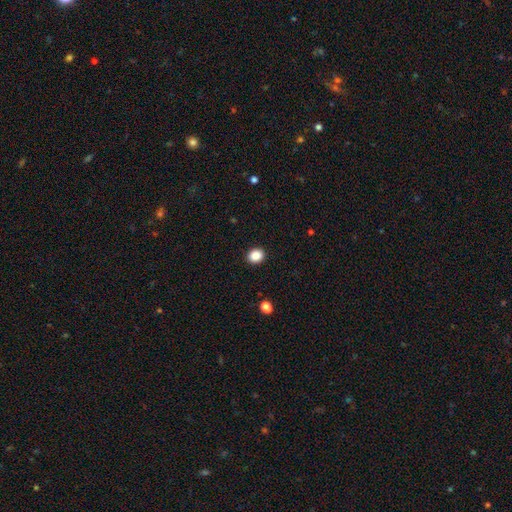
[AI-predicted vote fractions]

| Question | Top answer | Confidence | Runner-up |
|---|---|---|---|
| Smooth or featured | smooth | 88% | star or artifact (9%) |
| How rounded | round | 65% | in between (34%) |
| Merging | none | 91% | minor disturbance (6%) |